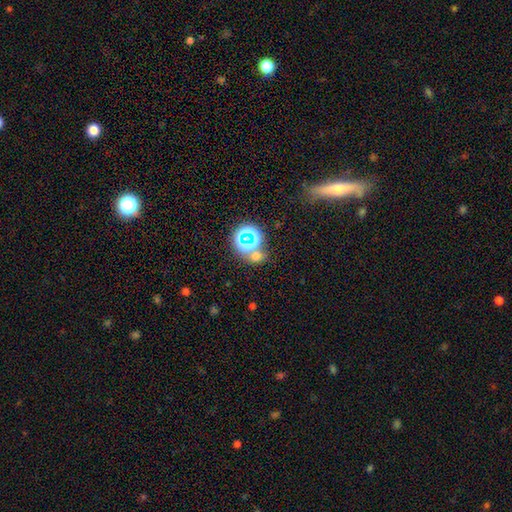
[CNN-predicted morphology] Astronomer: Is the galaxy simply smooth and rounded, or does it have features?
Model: smooth — 49% (runner-up: star or artifact, 43%).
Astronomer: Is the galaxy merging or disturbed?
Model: none — 62%.